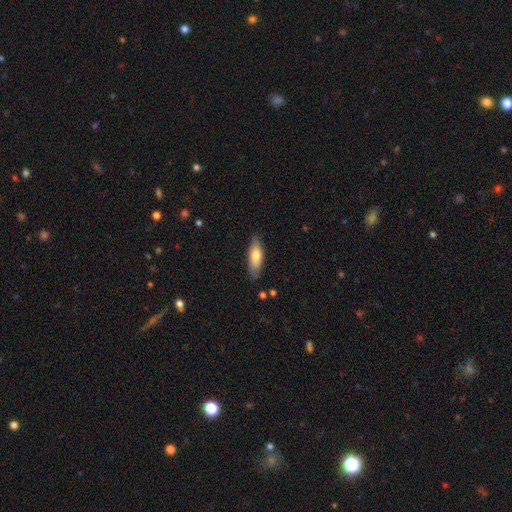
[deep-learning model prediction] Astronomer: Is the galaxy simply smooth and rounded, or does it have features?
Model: smooth — 72%.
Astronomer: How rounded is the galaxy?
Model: in between — 60% (runner-up: cigar-shaped, 38%).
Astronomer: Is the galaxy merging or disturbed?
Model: none — 82%.